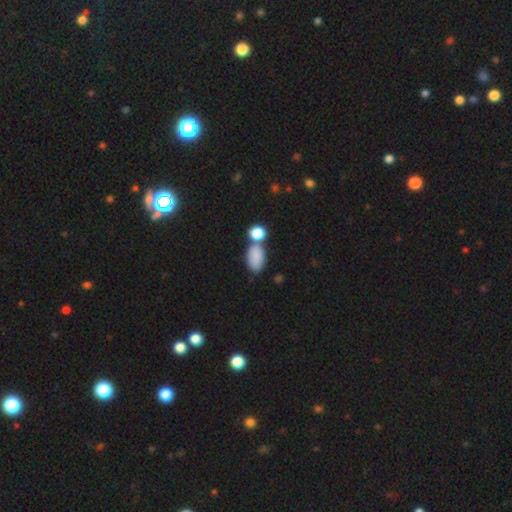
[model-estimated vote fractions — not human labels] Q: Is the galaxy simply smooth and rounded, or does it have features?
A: smooth — 84%.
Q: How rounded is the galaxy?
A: in between — 90%.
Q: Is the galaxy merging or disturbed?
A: none — 48%.